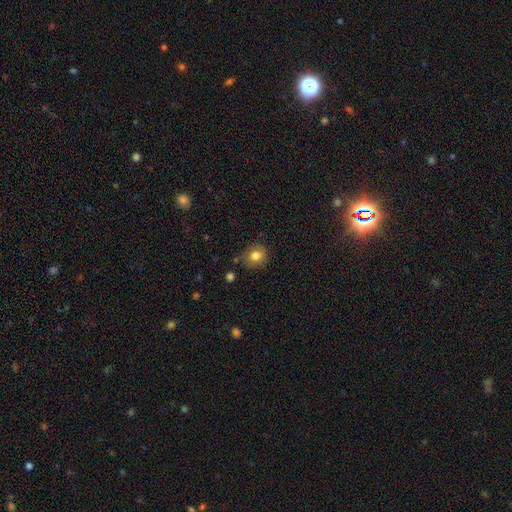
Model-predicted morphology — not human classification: smooth 80%, star or artifact 11%, featured or disk 9%. Down the decision tree: how rounded — round (76%); merging — none (78%).